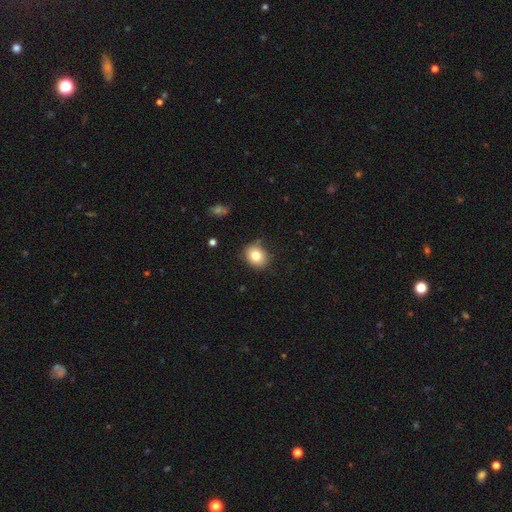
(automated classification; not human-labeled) smooth_or_featured: smooth (p=0.80) [alt: star or artifact p=0.10]
how_rounded: round (p=0.60) [alt: in between p=0.39]
merging: none (p=0.84) [alt: minor disturbance p=0.12]